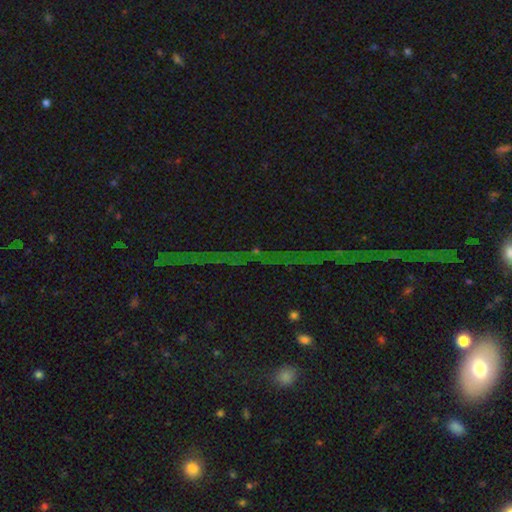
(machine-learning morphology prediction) Overall: star or artifact (80%).